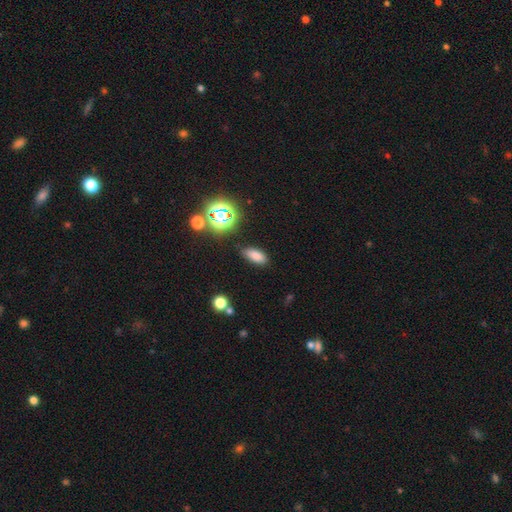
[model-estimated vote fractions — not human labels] This is likely a smooth galaxy (76%). How rounded: clearly in between (83%). Merging: clearly none (82%).